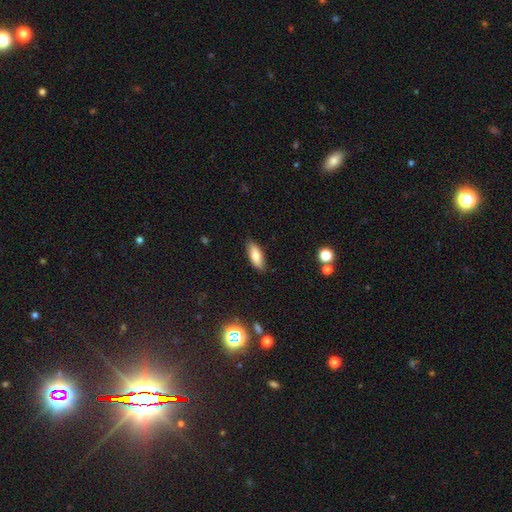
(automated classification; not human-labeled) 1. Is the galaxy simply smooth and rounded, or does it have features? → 80% smooth, 13% featured or disk, 7% star or artifact.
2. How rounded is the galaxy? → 72% in between, 25% cigar-shaped, 2% round.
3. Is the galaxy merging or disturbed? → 85% none, 11% minor disturbance, 2% major disturbance, 1% merger.